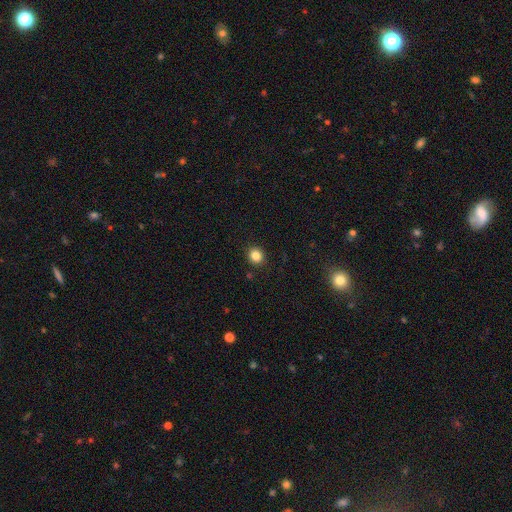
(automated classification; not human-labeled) Smooth or featured: smooth — 84% (star or artifact — 11%)
How rounded: round — 83% (in between — 16%)
Merging: none — 91% (minor disturbance — 6%)